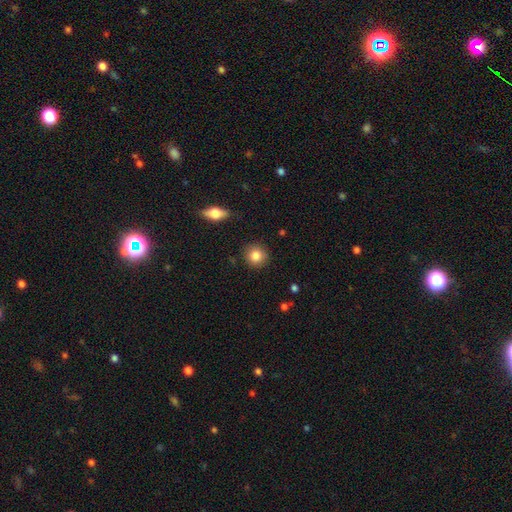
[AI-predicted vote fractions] Smooth or featured? Predicted: smooth (p=0.83). How rounded? Predicted: round (p=0.91). Merging? Predicted: none (p=0.90).